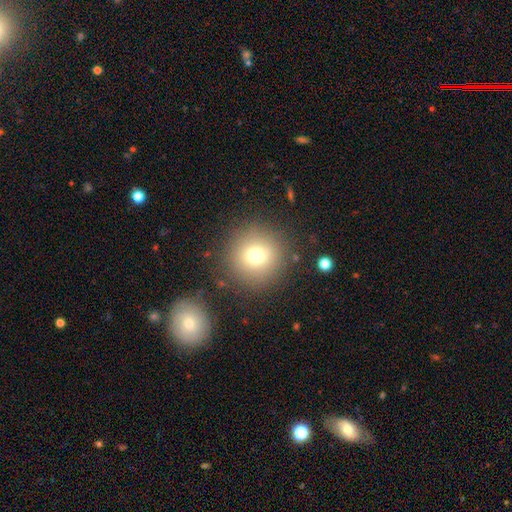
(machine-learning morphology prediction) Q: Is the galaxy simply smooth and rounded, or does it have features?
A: smooth — 73%.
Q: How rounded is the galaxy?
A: round — 95%.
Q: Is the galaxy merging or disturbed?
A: none — 87%.